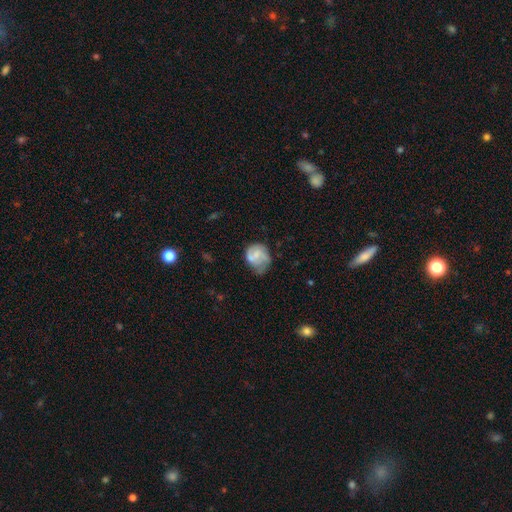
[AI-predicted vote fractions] Smooth or featured? smooth (50%)
Merging? none (38%)